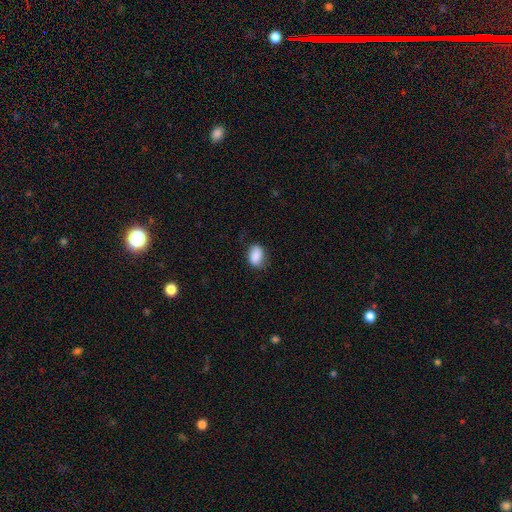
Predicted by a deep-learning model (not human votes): Smooth or featured? smooth (88%)
How rounded? in between (82%)
Merging? none (74%)